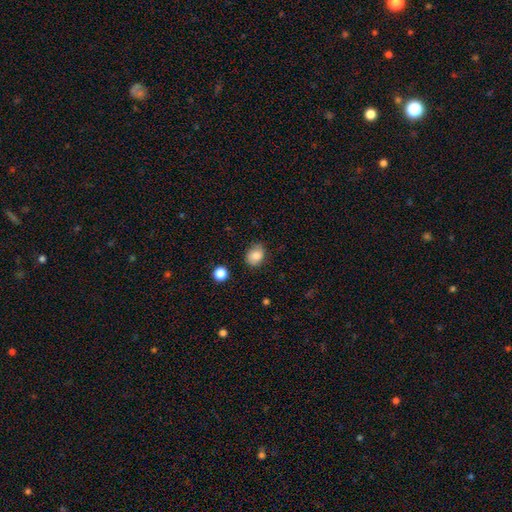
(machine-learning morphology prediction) Smooth or featured: smooth — 81% (featured or disk — 10%)
How rounded: in between — 51% (round — 48%)
Merging: none — 76% (minor disturbance — 18%)